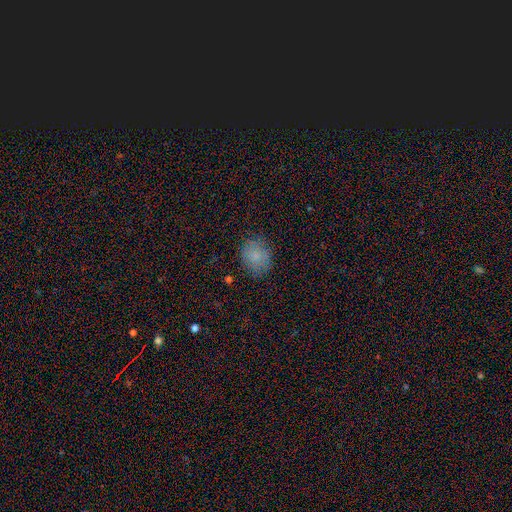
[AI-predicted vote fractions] Smooth or featured? Predicted: smooth (p=0.82). How rounded? Predicted: round (p=0.59). Merging? Predicted: none (p=0.79).